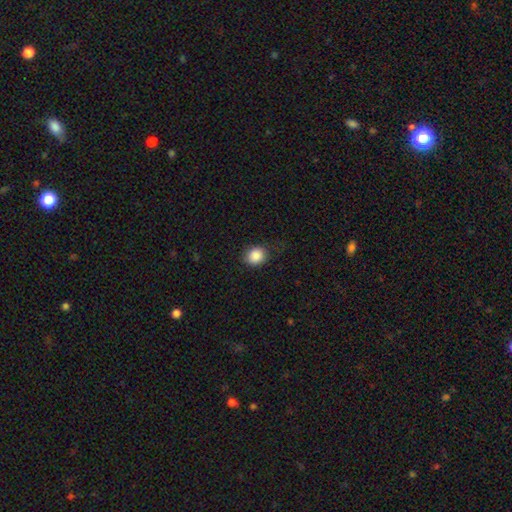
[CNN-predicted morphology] Overall: smooth (88%). How rounded: round (66%; in between 33%). Merging: none (78%).